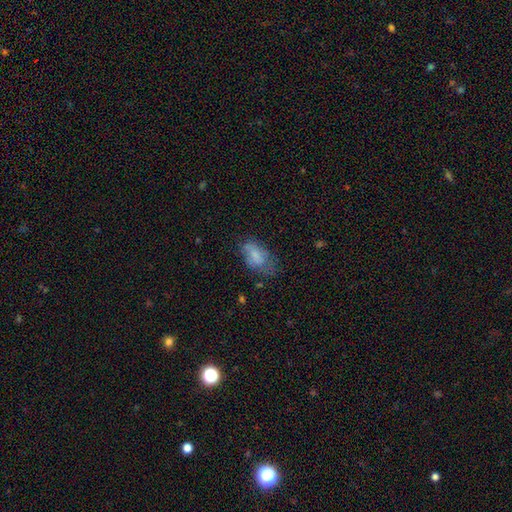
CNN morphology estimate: smooth_or_featured: smooth (p=0.69) [alt: featured or disk p=0.22]
how_rounded: in between (p=0.91) [alt: round p=0.06]
merging: none (p=0.43) [alt: minor disturbance p=0.32]